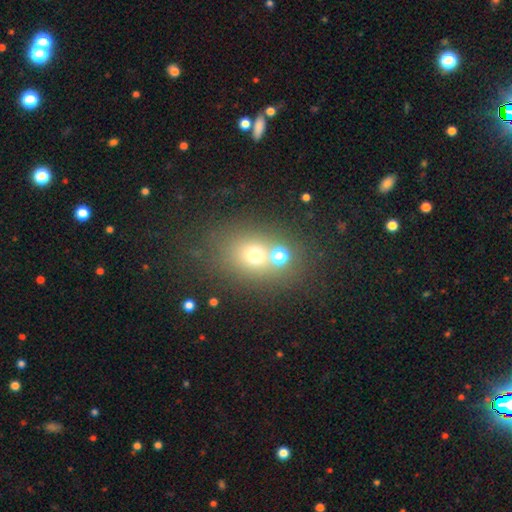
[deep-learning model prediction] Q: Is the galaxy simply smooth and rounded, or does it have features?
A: smooth — 63%.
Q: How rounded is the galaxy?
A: round — 56%.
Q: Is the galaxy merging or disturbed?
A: none — 54%.